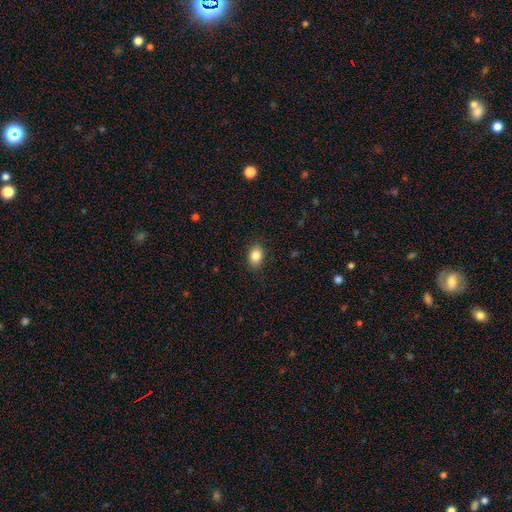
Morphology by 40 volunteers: A smooth galaxy with no disk features (90%) that is in between round and cigar-shaped (78%). Merging: none (92%).